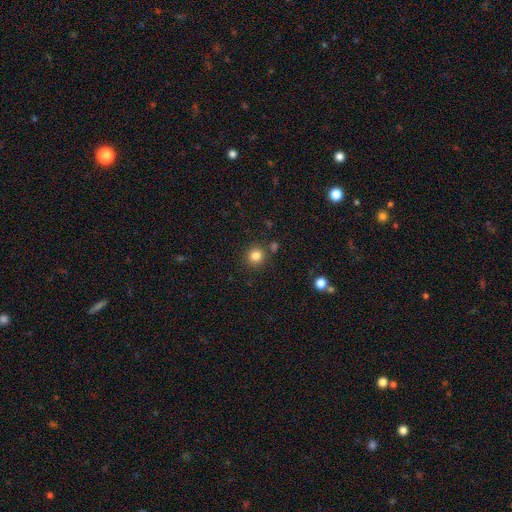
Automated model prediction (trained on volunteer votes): smooth-or-featured: smooth: 83% | star or artifact: 12% | featured or disk: 5%
  how-rounded: round: 93% | in between: 6% | cigar-shaped: 1%
  merging: none: 85% | minor disturbance: 7% | merger: 5% | major disturbance: 3%